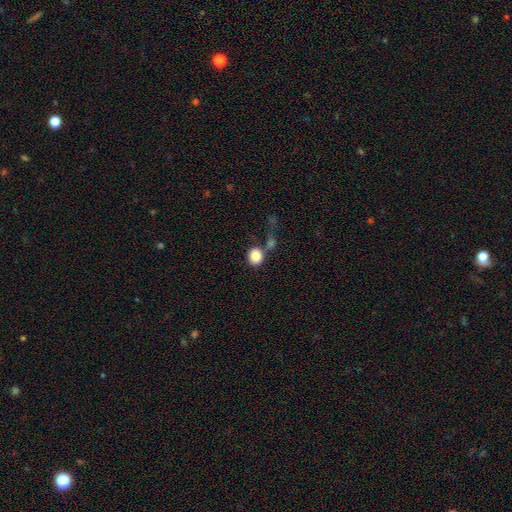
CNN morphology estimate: A smooth galaxy with no disk features (86%) that is round (69%). Merging: none (54%).